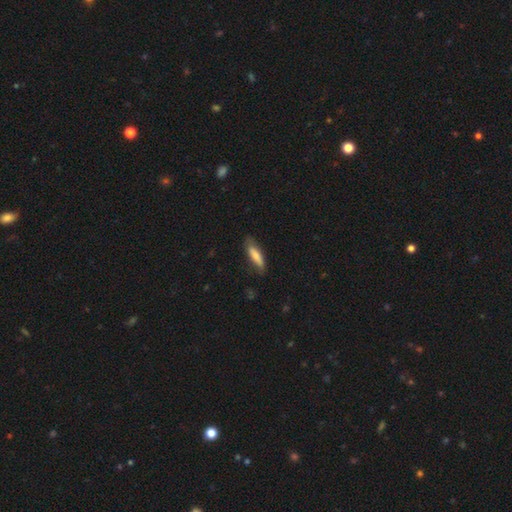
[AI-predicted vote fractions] smooth_or_featured: smooth (p=0.74) [alt: featured or disk p=0.20]
how_rounded: cigar-shaped (p=0.60) [alt: in between p=0.38]
merging: none (p=0.70) [alt: minor disturbance p=0.22]